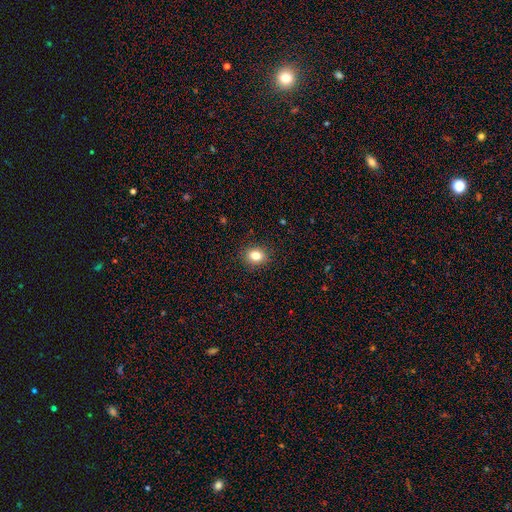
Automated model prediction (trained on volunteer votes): Smooth or featured: smooth — 82% (star or artifact — 11%)
How rounded: round — 53% (in between — 46%)
Merging: none — 89% (minor disturbance — 8%)